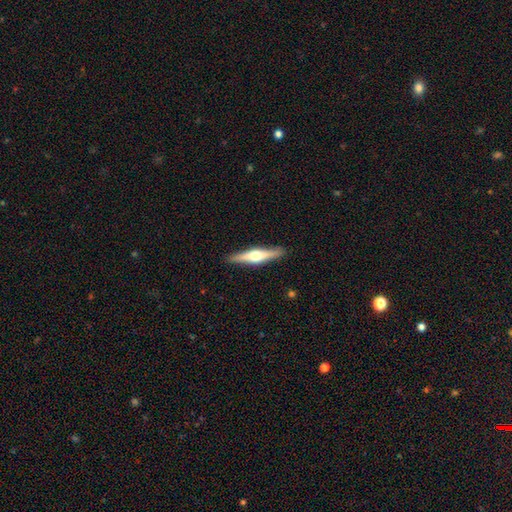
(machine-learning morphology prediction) Q: Smooth or featured?
A: featured or disk (65%); runner-up: smooth (29%)
Q: Edge-on disk?
A: yes (97%); runner-up: no (3%)
Q: Edge-on bulge?
A: rounded (92%); runner-up: boxy (5%)
Q: Merging?
A: none (90%); runner-up: minor disturbance (7%)